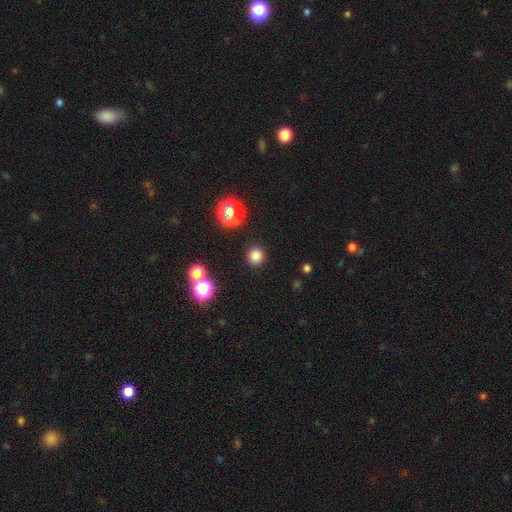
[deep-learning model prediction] A smooth galaxy with no disk features (78%) that is round (93%). Merging: none (90%).